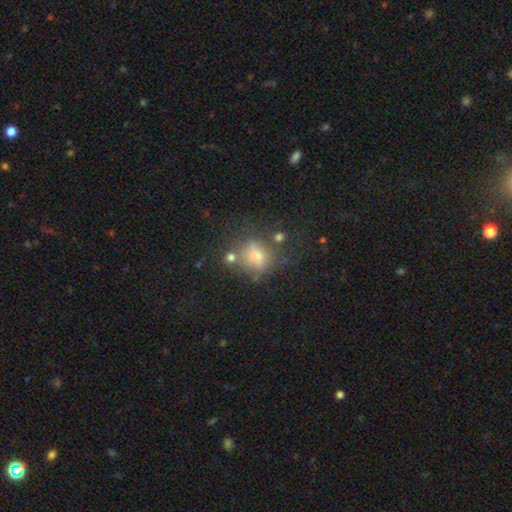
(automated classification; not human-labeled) Overall: smooth (60%; star or artifact 20%). How rounded: round (60%; in between 38%). Merging: none (52%; minor disturbance 20%).